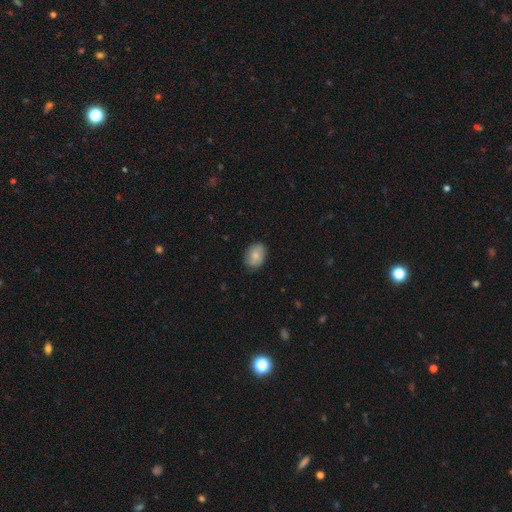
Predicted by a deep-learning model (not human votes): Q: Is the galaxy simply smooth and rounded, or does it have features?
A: smooth — 77%.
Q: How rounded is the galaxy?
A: in between — 67%.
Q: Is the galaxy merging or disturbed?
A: none — 80%.